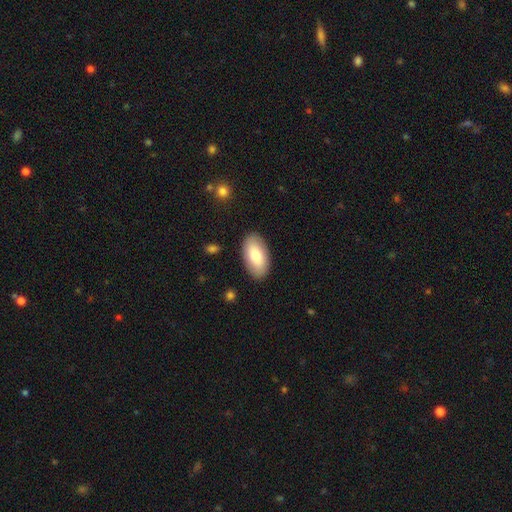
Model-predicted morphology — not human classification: type=smooth (79%); roundness=in between (95%); merging=none (88%).